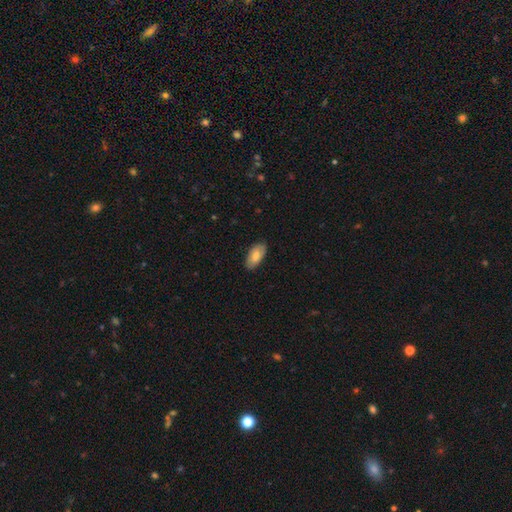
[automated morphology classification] type=smooth (79%); roundness=in between (94%); merging=none (85%).